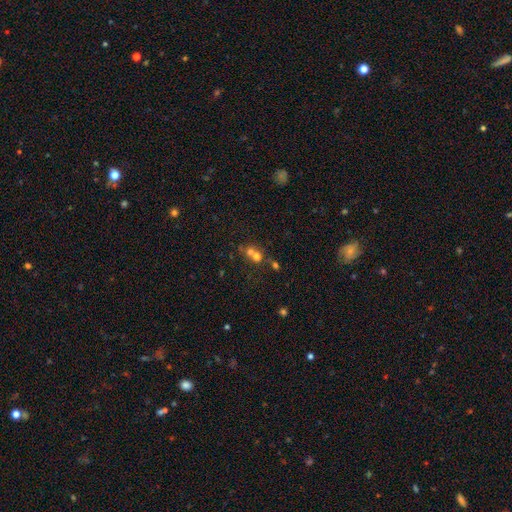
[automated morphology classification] Smooth or featured? Predicted: smooth (p=0.60). How rounded? Predicted: round (p=0.78). Merging? Predicted: merger (p=0.59).